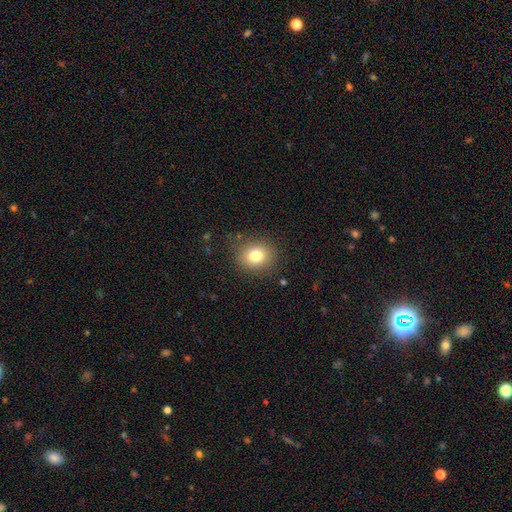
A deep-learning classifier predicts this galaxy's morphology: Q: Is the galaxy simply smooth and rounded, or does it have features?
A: smooth — 79%.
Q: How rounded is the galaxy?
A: round — 76%.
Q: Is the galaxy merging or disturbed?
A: none — 84%.